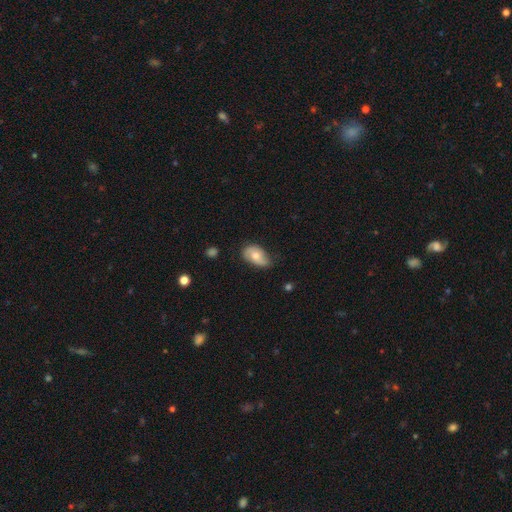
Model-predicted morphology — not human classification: Smooth or featured: smooth — 58% (featured or disk — 35%)
How rounded: in between — 90% (round — 8%)
Merging: none — 53% (minor disturbance — 36%)